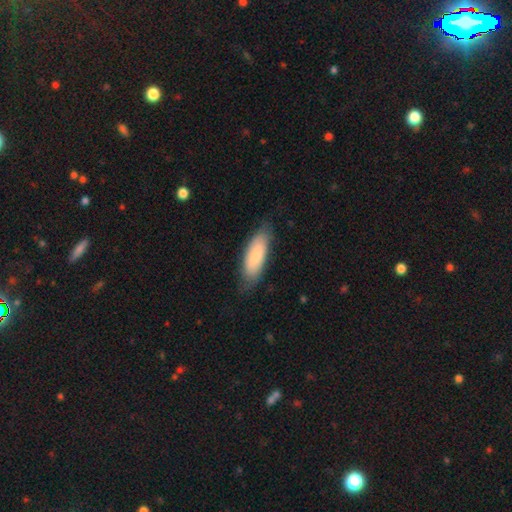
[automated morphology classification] type=smooth (77%); roundness=in between (67%); merging=none (76%).